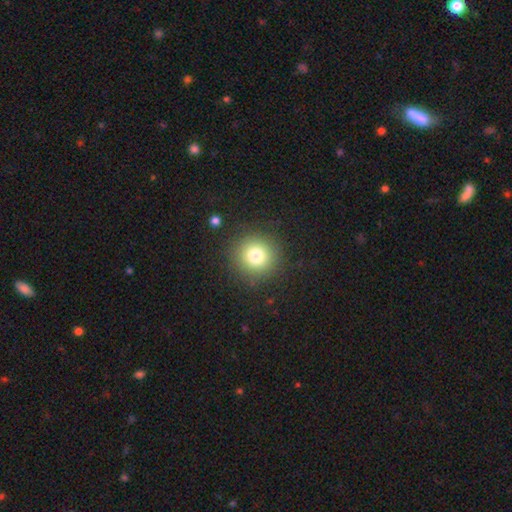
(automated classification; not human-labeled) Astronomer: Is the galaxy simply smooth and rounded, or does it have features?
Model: smooth — 78%.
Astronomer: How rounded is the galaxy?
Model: round — 94%.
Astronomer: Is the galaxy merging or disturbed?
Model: none — 89%.